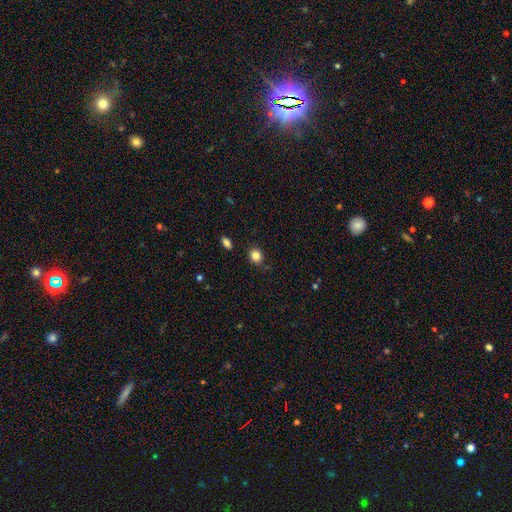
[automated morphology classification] A smooth galaxy with no disk features (84%) that is round (67%).

Vote fractions:
- Smooth or featured? smooth: 84% / star or artifact: 11% / featured or disk: 5%
- How rounded? round: 67% / in between: 32% / cigar-shaped: 1%
- Merging? none: 83% / minor disturbance: 12% / major disturbance: 3% / merger: 2%